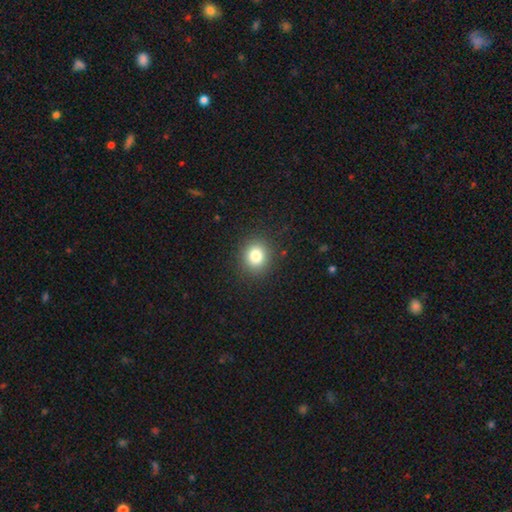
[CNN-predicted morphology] Overall: smooth (81%). How rounded: round (80%). Merging: none (89%).